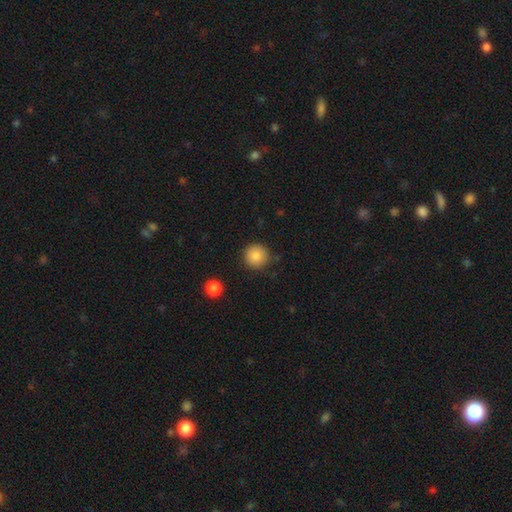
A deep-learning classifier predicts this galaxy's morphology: Smooth or featured?
  - smooth: 84% *
  - star or artifact: 9%
  - featured or disk: 6%
How rounded?
  - round: 95% *
  - in between: 4%
  - cigar-shaped: 1%
Merging?
  - none: 87% *
  - minor disturbance: 9%
  - major disturbance: 2%
  - merger: 2%